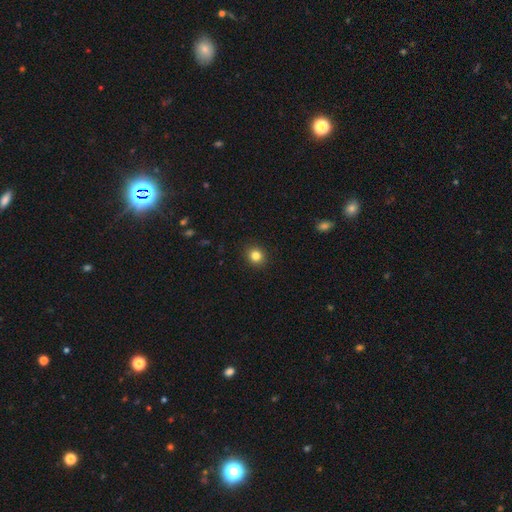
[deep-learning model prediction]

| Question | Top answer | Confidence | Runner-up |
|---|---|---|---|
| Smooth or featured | smooth | 83% | star or artifact (12%) |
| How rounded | round | 84% | in between (15%) |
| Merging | none | 92% | minor disturbance (6%) |